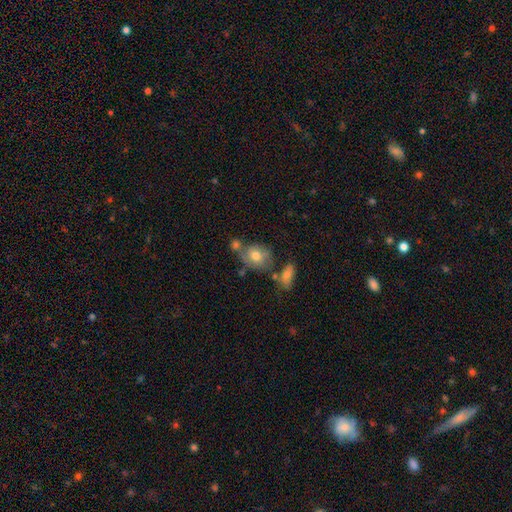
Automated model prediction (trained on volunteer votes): Smooth or featured? Predicted: smooth (p=0.73). How rounded? Predicted: round (p=0.55). Merging? Predicted: none (p=0.49).